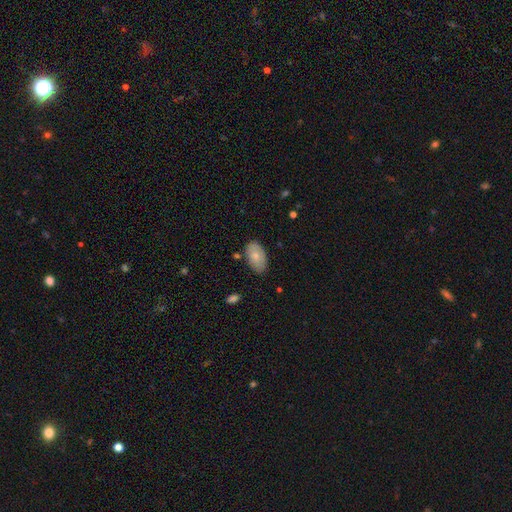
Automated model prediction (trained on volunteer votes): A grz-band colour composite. It shows a smooth galaxy with no disk features (77%) that is in between round and cigar-shaped (94%). Merging: none (77%).